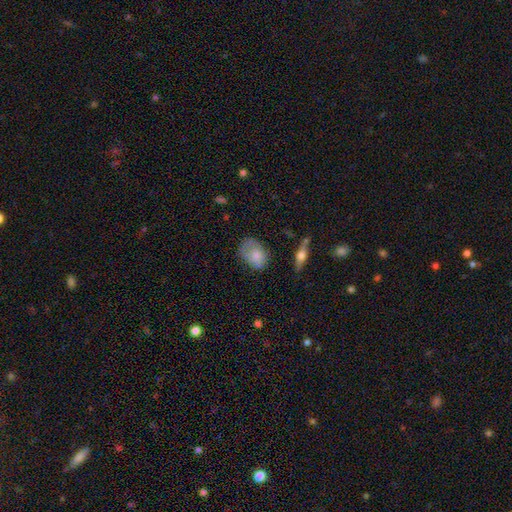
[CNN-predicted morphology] Smooth or featured? smooth (70%)
How rounded? in between (78%)
Merging? none (43%)